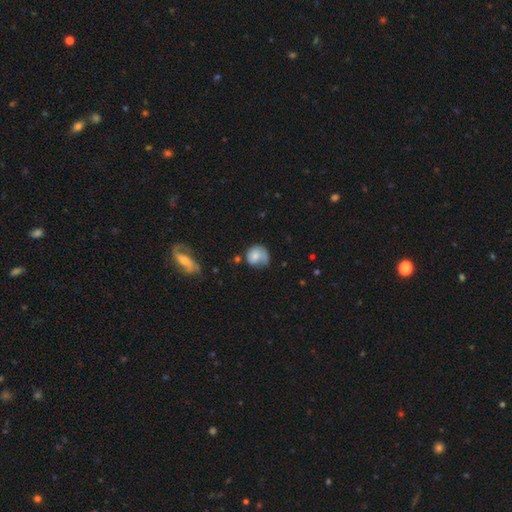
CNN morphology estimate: smooth_or_featured: smooth (p=0.66) [alt: featured or disk p=0.26]
how_rounded: round (p=0.73) [alt: in between p=0.26]
merging: none (p=0.42) [alt: minor disturbance p=0.30]